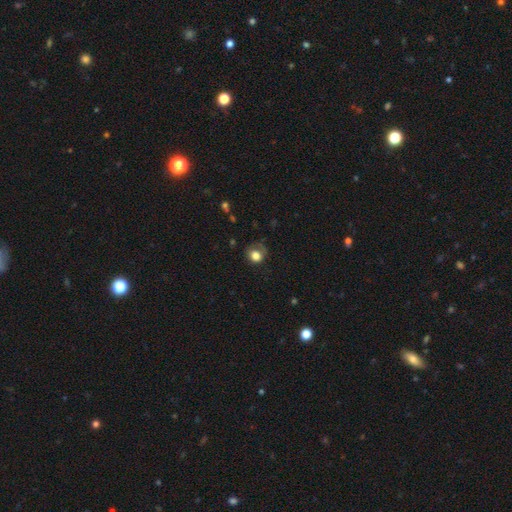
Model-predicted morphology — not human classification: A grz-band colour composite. It shows a smooth galaxy with no disk features (77%) that is round (73%). Merging: none (51%).